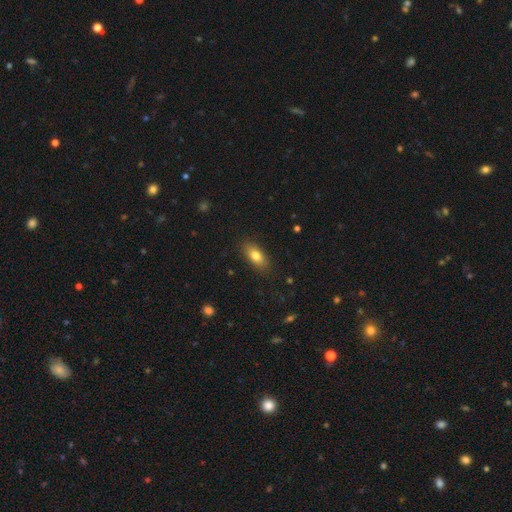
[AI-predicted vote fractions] Smooth or featured? smooth (80%)
How rounded? in between (84%)
Merging? none (87%)